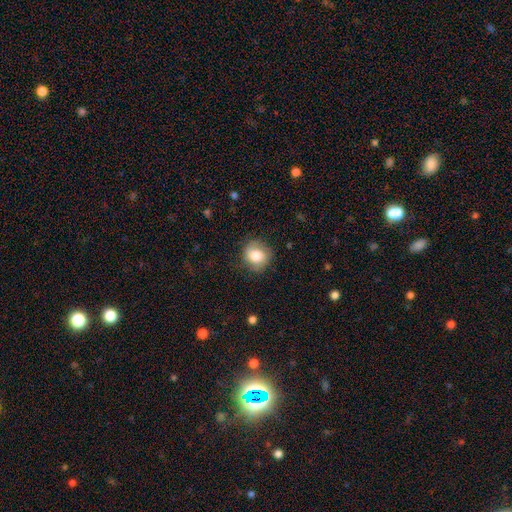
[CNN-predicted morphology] Smooth or featured? Predicted: smooth (p=0.79). How rounded? Predicted: round (p=0.82). Merging? Predicted: none (p=0.76).